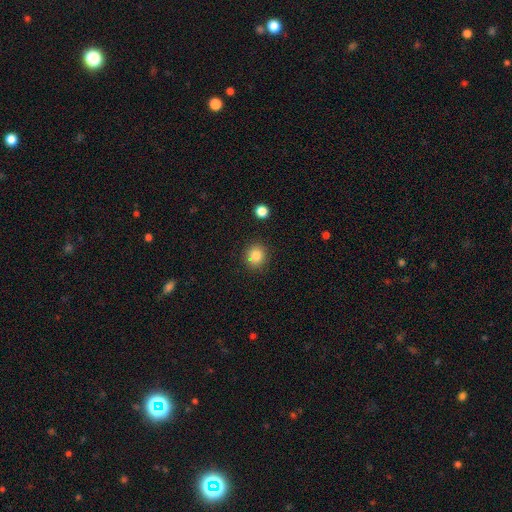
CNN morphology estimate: This is clearly a smooth galaxy (83%). How rounded: clearly round (88%). Merging: clearly none (85%).